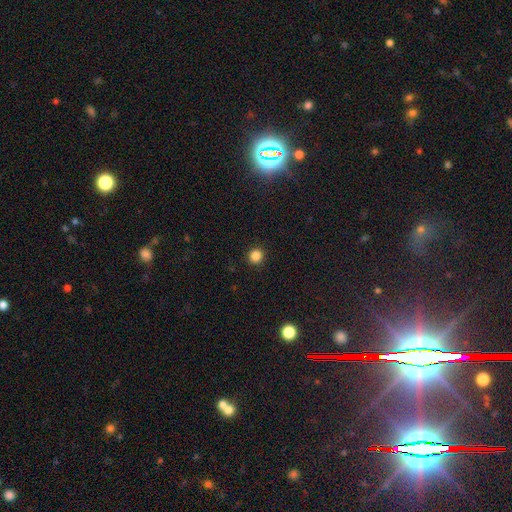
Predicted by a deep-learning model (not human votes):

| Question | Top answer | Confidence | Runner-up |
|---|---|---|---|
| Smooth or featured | smooth | 85% | star or artifact (12%) |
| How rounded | round | 94% | in between (5%) |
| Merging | none | 93% | minor disturbance (4%) |